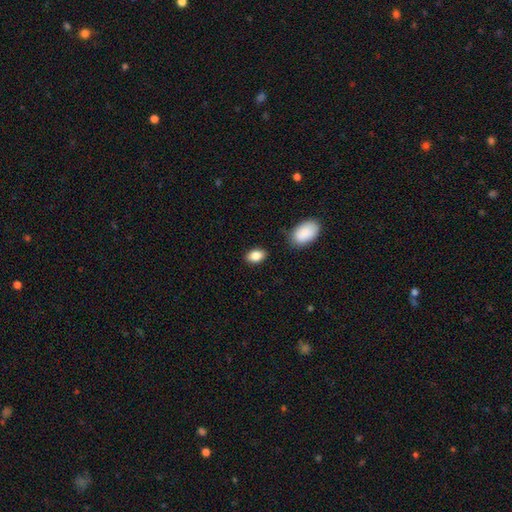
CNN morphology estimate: Smooth or featured? Predicted: smooth (p=0.86). How rounded? Predicted: in between (p=0.89). Merging? Predicted: none (p=0.84).